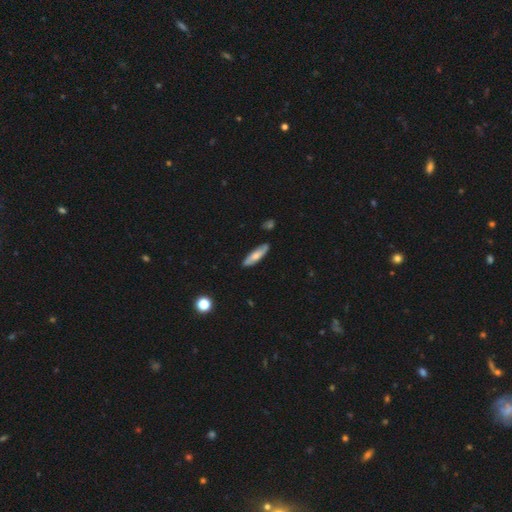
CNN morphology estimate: smooth_or_featured: smooth (p=0.60) [alt: featured or disk p=0.34]
how_rounded: cigar-shaped (p=0.62) [alt: in between p=0.36]
merging: none (p=0.83) [alt: minor disturbance p=0.13]